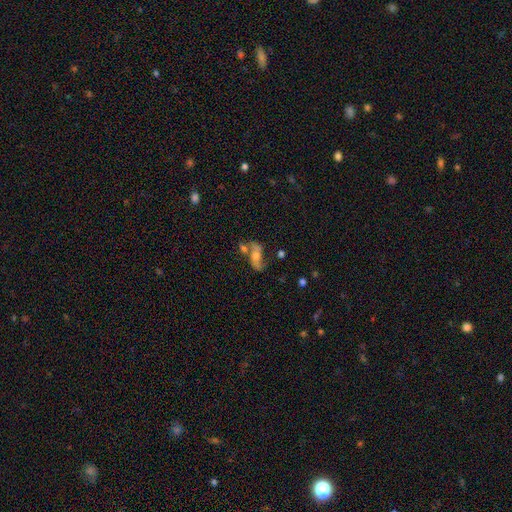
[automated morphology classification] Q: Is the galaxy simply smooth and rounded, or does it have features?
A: featured or disk — 65%.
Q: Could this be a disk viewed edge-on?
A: no — 90%.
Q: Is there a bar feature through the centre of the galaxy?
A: no — 60%.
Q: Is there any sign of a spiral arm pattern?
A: yes — 84%.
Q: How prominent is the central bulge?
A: moderate — 52%.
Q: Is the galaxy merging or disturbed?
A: none — 44%.